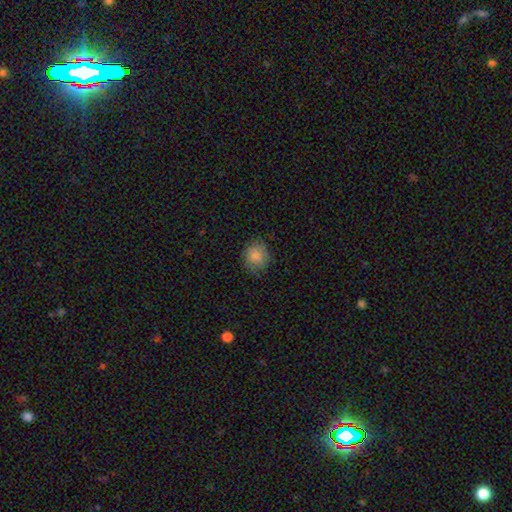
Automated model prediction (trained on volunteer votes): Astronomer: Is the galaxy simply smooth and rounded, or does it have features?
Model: smooth — 86%.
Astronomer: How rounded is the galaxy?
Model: round — 79%.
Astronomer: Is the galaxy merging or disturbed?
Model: none — 80%.